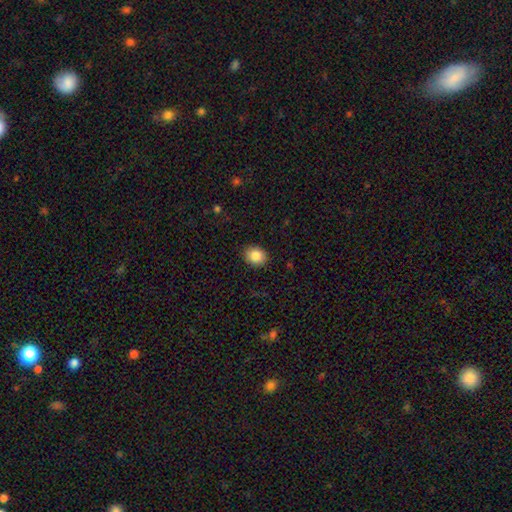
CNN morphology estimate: The model was most divided on "how rounded": round: 56%, in between: 43%, cigar-shaped: 1%. More confident: merging — none (89%); smooth or featured — smooth (86%).